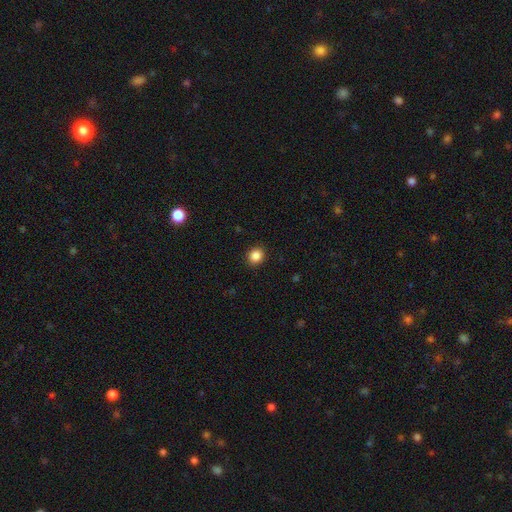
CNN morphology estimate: A smooth galaxy with no disk features (86%) that is round (82%). Merging: none (91%).